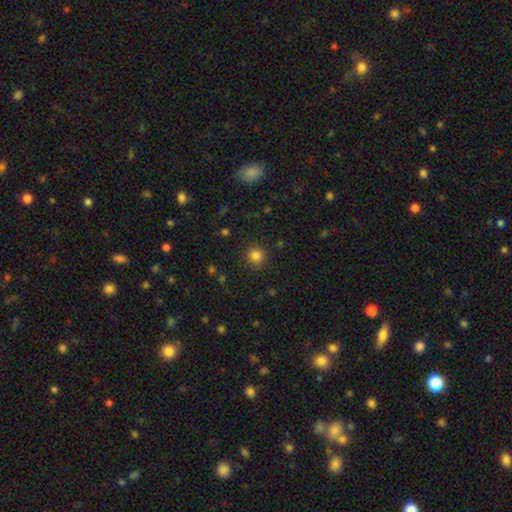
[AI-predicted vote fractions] Smooth or featured?
  - smooth: 82% *
  - star or artifact: 13%
  - featured or disk: 5%
How rounded?
  - round: 94% *
  - in between: 5%
  - cigar-shaped: 1%
Merging?
  - none: 89% *
  - minor disturbance: 7%
  - major disturbance: 3%
  - merger: 1%